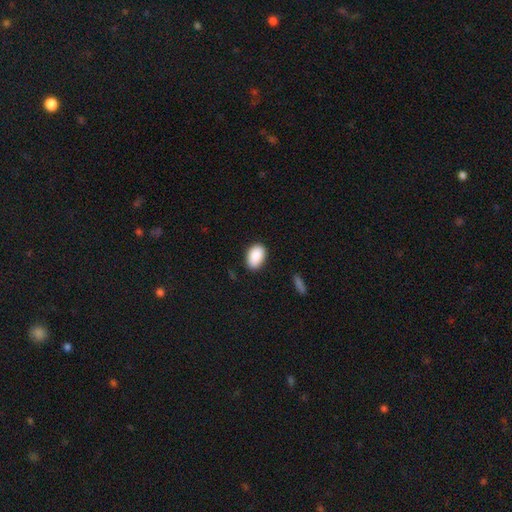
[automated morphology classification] Smooth or featured? Predicted: smooth (p=0.90). How rounded? Predicted: in between (p=0.90). Merging? Predicted: none (p=0.84).